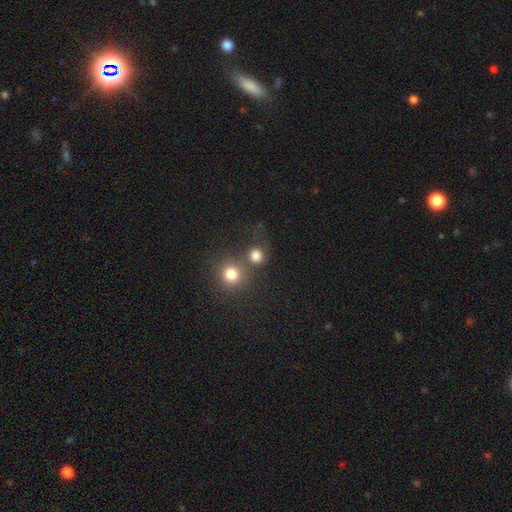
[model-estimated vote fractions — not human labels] Q: Smooth or featured?
A: smooth (80%); runner-up: star or artifact (14%)
Q: How rounded?
A: round (85%); runner-up: in between (14%)
Q: Merging?
A: none (57%); runner-up: merger (29%)